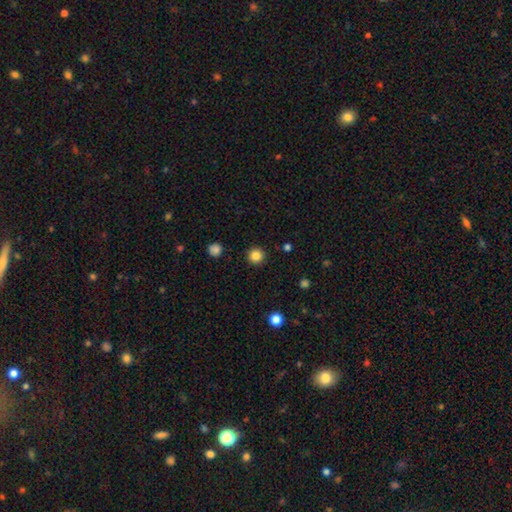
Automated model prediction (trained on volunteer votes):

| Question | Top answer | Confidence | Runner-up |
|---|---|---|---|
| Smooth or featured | smooth | 84% | star or artifact (12%) |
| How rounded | round | 95% | in between (4%) |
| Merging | none | 92% | minor disturbance (5%) |